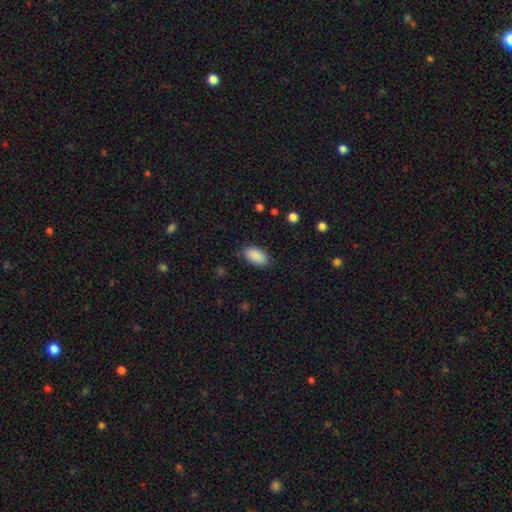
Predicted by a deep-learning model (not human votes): Overall: smooth (90%). How rounded: in between (94%). Merging: none (84%).